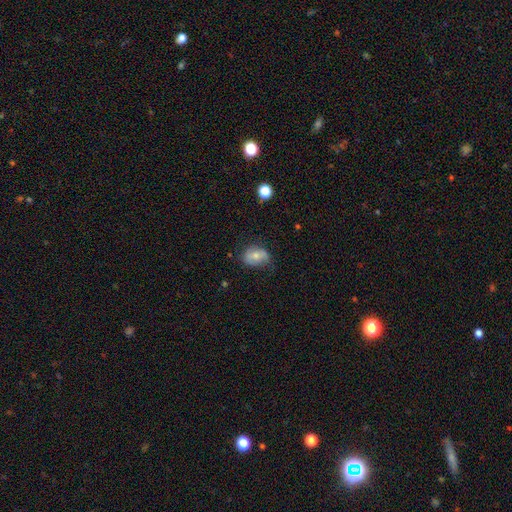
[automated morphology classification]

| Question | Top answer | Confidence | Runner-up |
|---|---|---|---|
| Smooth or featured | smooth | 61% | featured or disk (30%) |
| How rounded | in between | 75% | round (24%) |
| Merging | none | 55% | minor disturbance (32%) |